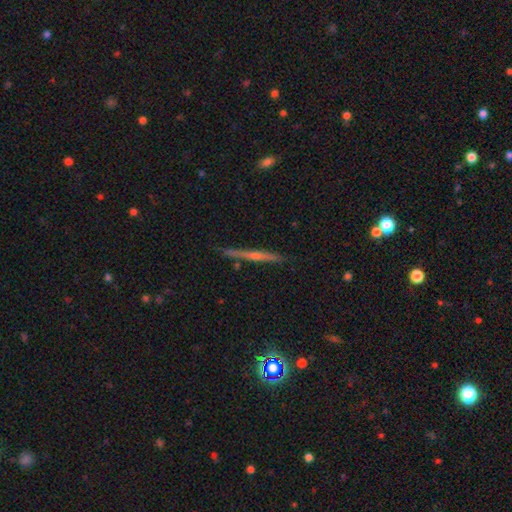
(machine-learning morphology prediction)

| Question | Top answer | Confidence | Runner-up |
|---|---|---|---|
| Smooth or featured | featured or disk | 66% | smooth (20%) |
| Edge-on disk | yes | 96% | no (4%) |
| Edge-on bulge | rounded | 63% | none (29%) |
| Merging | none | 87% | minor disturbance (9%) |